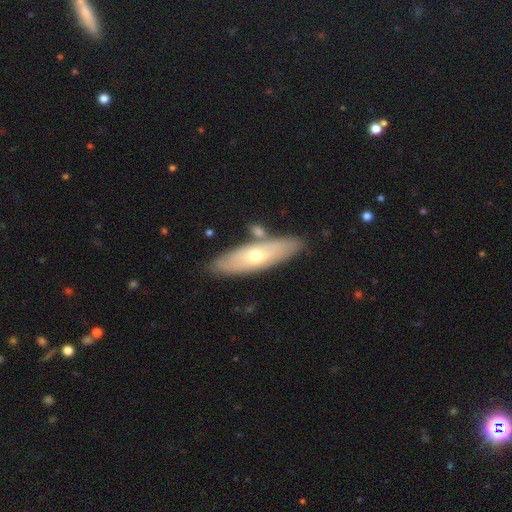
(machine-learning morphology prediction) Smooth or featured?
  - smooth: 49% *
  - featured or disk: 45%
  - star or artifact: 5%
Merging?
  - none: 74% *
  - minor disturbance: 12%
  - merger: 10%
  - major disturbance: 3%